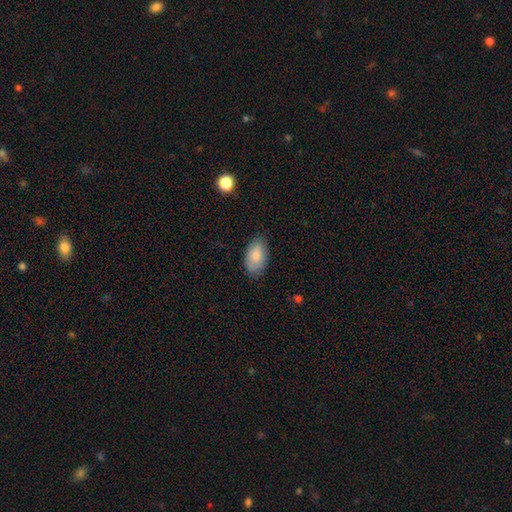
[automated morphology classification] Q: Smooth or featured?
A: smooth (81%); runner-up: featured or disk (12%)
Q: How rounded?
A: in between (94%); runner-up: round (4%)
Q: Merging?
A: none (79%); runner-up: minor disturbance (17%)